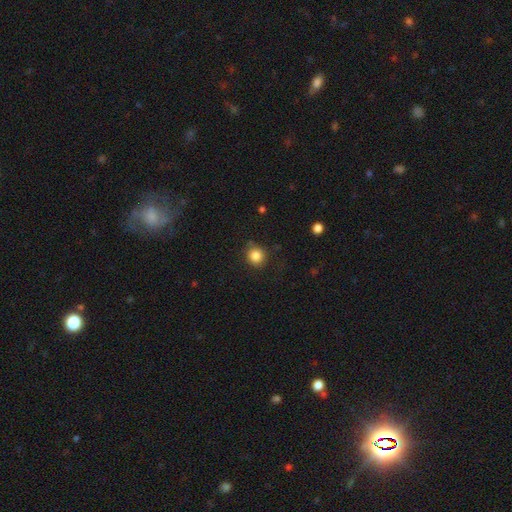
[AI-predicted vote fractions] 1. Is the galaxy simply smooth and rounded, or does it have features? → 84% smooth, 11% star or artifact, 6% featured or disk.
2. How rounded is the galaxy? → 88% round, 11% in between, 1% cigar-shaped.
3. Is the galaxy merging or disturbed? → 82% none, 13% minor disturbance, 4% major disturbance, 2% merger.